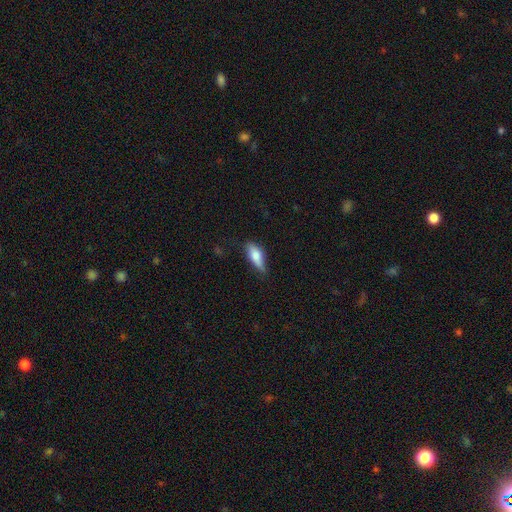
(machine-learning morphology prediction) type=smooth (69%); roundness=in between (67%); merging=none (58%).